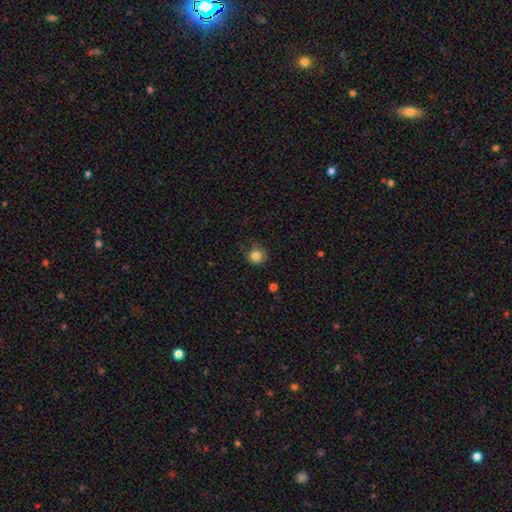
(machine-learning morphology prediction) A smooth galaxy with no disk features (82%) that is round (89%). Merging: none (71%).